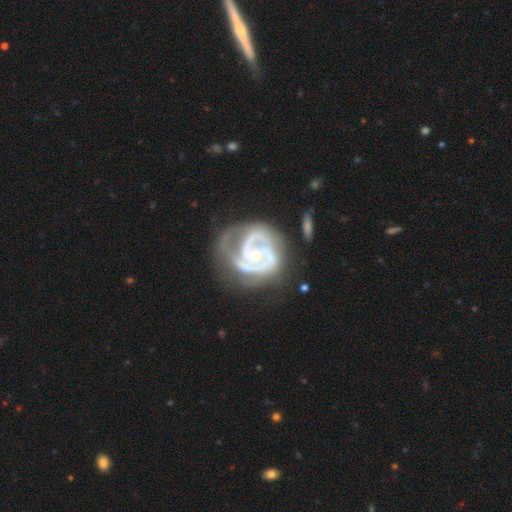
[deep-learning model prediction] A featured or disk galaxy (92%) with no bar (64%), 2 (43%) tight (60%) spiral arms (98%) and a small central bulge (70%). Merging: none (51%).